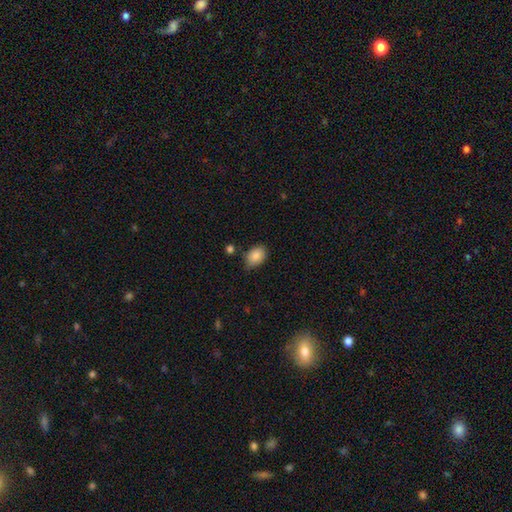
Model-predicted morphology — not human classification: Q: Smooth or featured?
A: smooth (87%); runner-up: star or artifact (8%)
Q: How rounded?
A: in between (76%); runner-up: round (23%)
Q: Merging?
A: none (74%); runner-up: minor disturbance (19%)